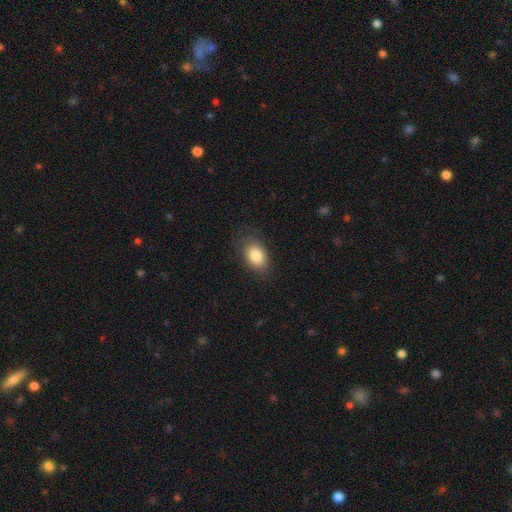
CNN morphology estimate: Overall: smooth (83%). How rounded: in between (85%). Merging: none (76%).